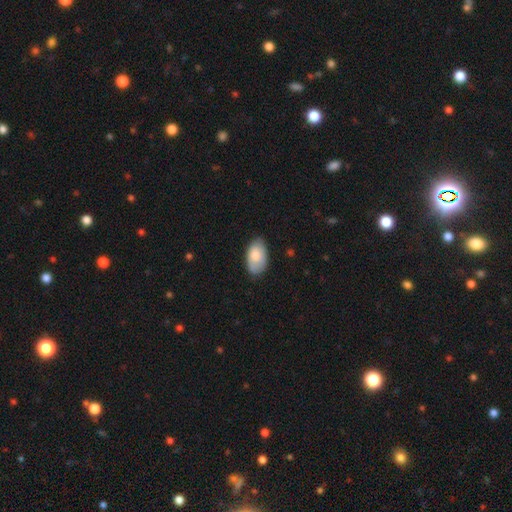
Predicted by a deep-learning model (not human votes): Smooth or featured: smooth — 81% (featured or disk — 13%)
How rounded: in between — 94% (round — 4%)
Merging: none — 74% (minor disturbance — 21%)